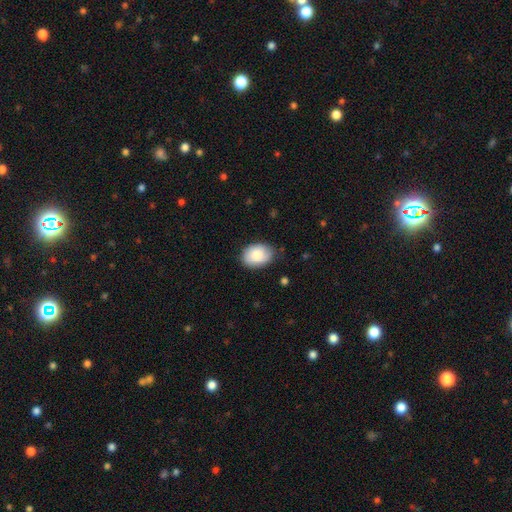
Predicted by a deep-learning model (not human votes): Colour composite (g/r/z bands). It shows a smooth galaxy with no disk features (81%) that is in between round and cigar-shaped (79%). Merging: none (75%).